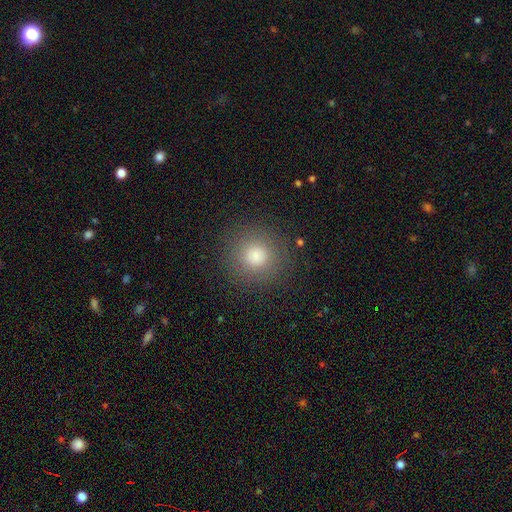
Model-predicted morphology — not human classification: smooth_or_featured: smooth (p=0.79) [alt: star or artifact p=0.13]
how_rounded: round (p=0.93) [alt: in between p=0.06]
merging: none (p=0.89) [alt: minor disturbance p=0.07]